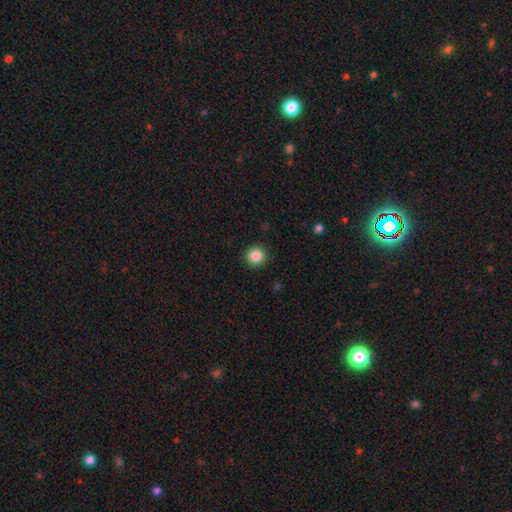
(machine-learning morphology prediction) smooth 86%, star or artifact 10%, featured or disk 4%. Down the decision tree: how rounded — round (95%); merging — none (92%).